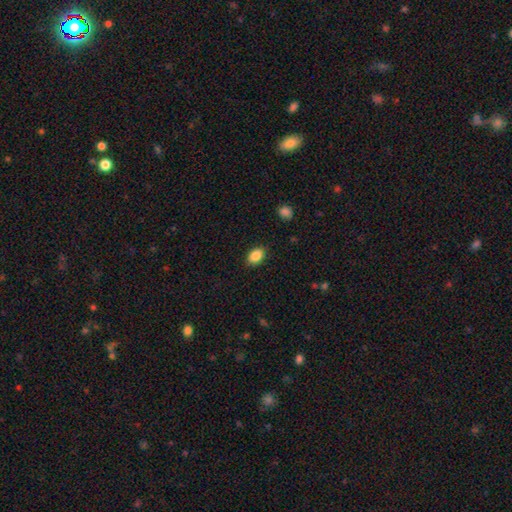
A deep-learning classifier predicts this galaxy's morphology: This is clearly a smooth galaxy (88%). How rounded: clearly in between (85%). Merging: clearly none (88%).